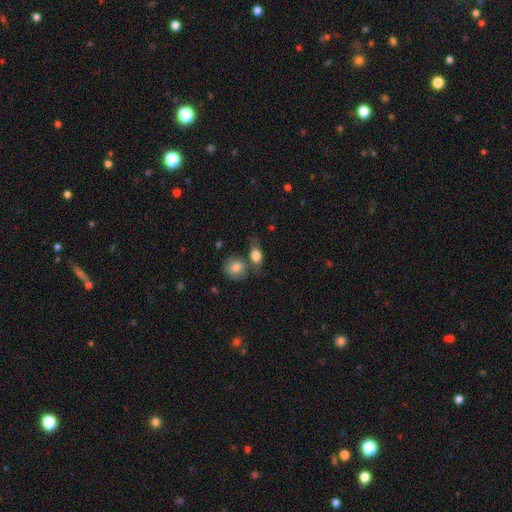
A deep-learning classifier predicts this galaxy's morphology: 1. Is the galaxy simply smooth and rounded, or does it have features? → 79% smooth, 13% featured or disk, 7% star or artifact.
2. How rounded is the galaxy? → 69% in between, 23% round, 8% cigar-shaped.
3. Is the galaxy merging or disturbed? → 51% none, 24% merger, 18% minor disturbance, 7% major disturbance.